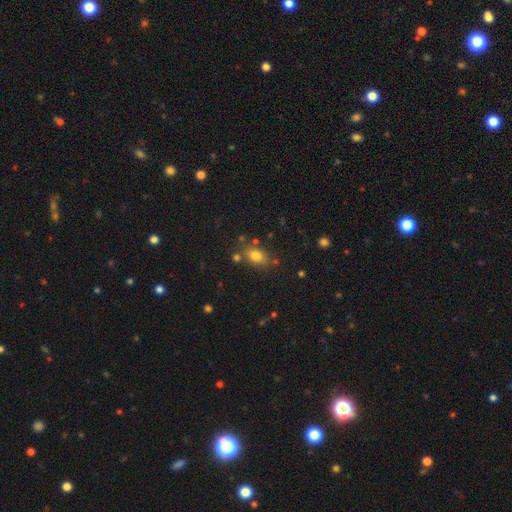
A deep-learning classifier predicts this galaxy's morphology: type=smooth (79%); roundness=in between (76%); merging=none (73%).